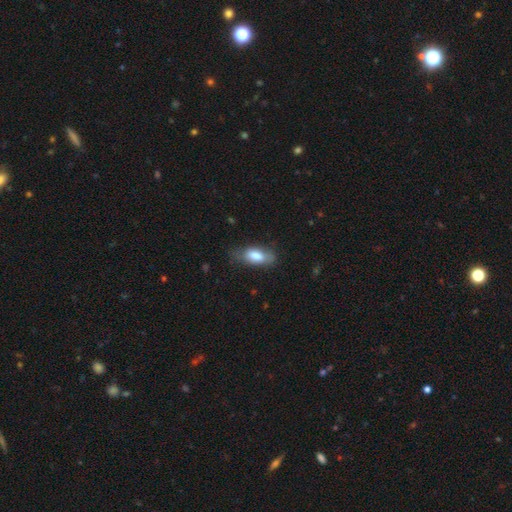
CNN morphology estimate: Smooth or featured? smooth (76%)
How rounded? in between (83%)
Merging? none (63%)